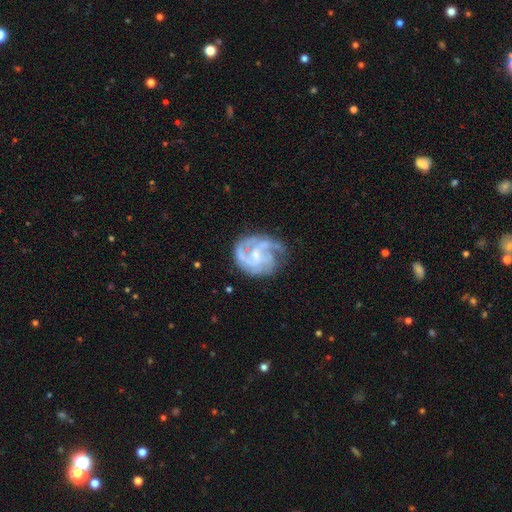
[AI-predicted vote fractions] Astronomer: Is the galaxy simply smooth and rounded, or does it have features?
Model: featured or disk — 84%.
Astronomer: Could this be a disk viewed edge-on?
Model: no — 98%.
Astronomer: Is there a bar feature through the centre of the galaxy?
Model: no — 52% (runner-up: weak, 41%).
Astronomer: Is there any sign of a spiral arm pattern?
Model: yes — 94%.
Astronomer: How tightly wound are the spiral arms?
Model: tight — 43%, tied with medium at 43%.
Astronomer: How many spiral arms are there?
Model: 3 — 38% (runner-up: can't tell, 21%).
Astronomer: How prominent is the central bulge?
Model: small — 59%.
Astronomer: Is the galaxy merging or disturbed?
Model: none — 62%.